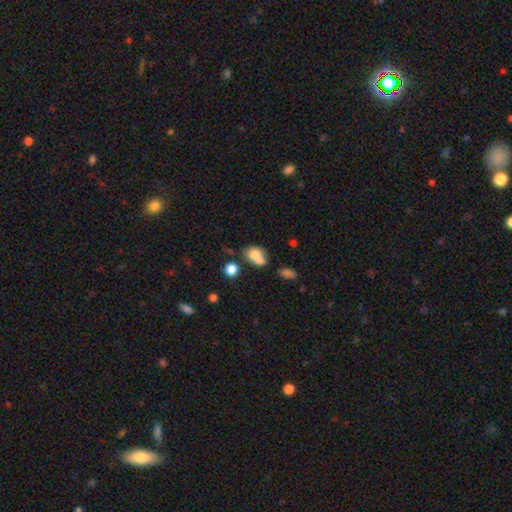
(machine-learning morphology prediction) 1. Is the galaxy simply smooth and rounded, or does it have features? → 74% smooth, 15% featured or disk, 11% star or artifact.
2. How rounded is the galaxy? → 59% in between, 39% round, 2% cigar-shaped.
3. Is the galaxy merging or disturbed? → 49% merger, 31% none, 13% minor disturbance, 7% major disturbance.